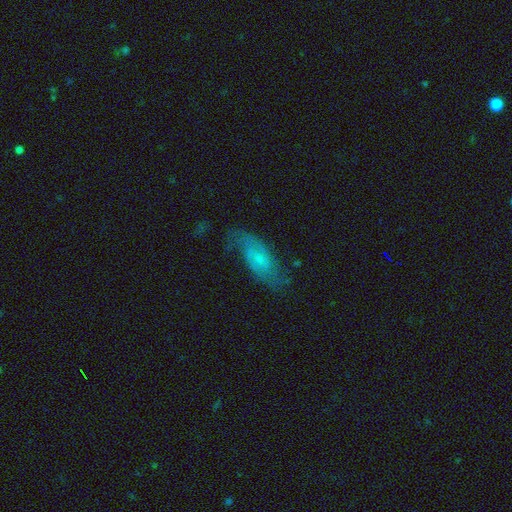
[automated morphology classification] type=featured or disk (53%); edge-on=no (83%); merging=none (71%).